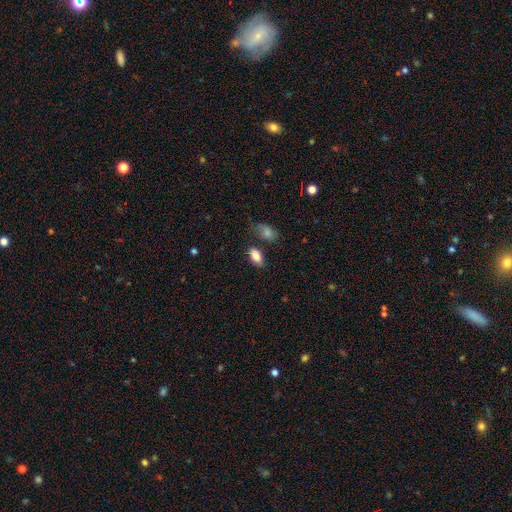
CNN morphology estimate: Overall: smooth (87%). How rounded: in between (92%). Merging: none (69%).